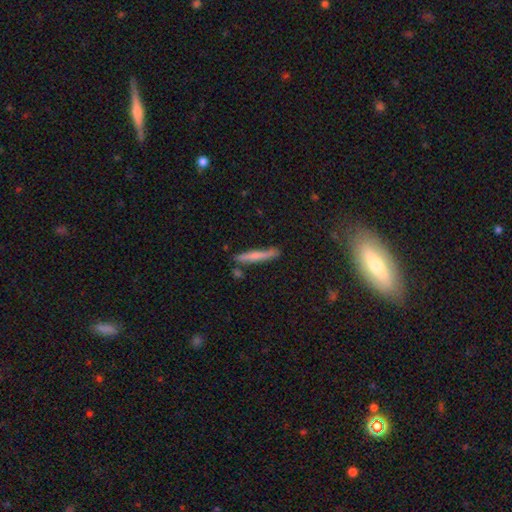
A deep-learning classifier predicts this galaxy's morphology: This is likely a smooth galaxy (64%). How rounded: clearly cigar-shaped (94%). Merging: clearly none (80%).